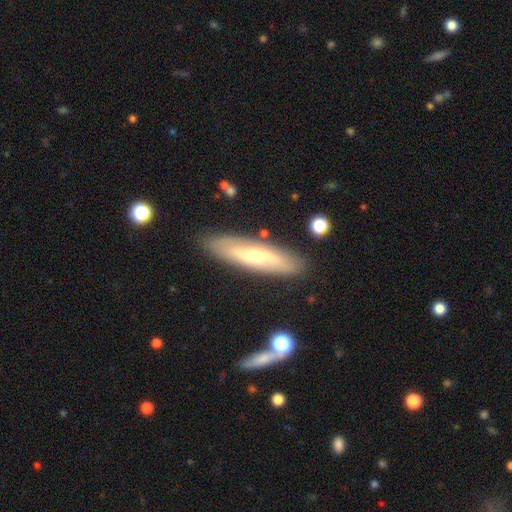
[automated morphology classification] Overall: featured or disk (53%; smooth 41%). Edge-on disk: yes (50%, tied with no). Merging: none (84%).